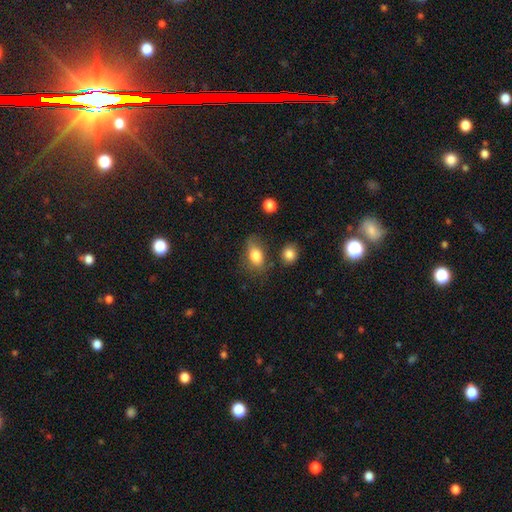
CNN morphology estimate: Overall: smooth (79%). How rounded: in between (84%). Merging: none (58%; minor disturbance 26%).